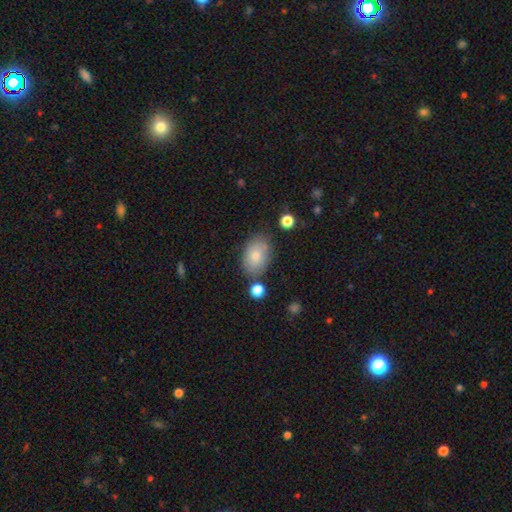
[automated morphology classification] This is likely a smooth galaxy (78%). How rounded: clearly in between (86%). Merging: likely none (72%).